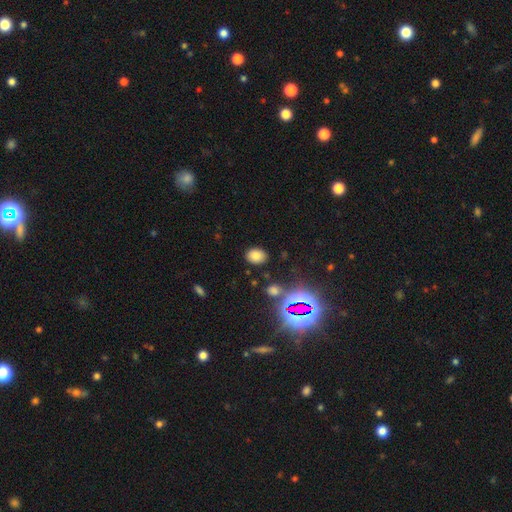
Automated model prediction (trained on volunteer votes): A smooth galaxy with no disk features (75%) that is in between round and cigar-shaped (65%).

Vote fractions:
- Smooth or featured? smooth: 75% / star or artifact: 18% / featured or disk: 8%
- How rounded? in between: 65% / round: 34% / cigar-shaped: 1%
- Merging? none: 86% / minor disturbance: 9% / major disturbance: 3% / merger: 2%